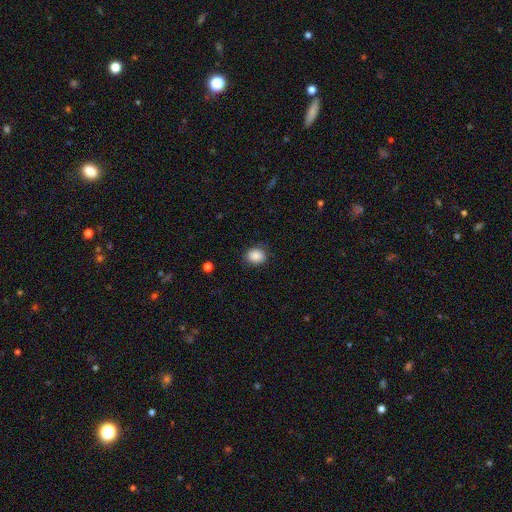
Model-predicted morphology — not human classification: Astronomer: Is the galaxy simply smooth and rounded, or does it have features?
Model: smooth — 87%.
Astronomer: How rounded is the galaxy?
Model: round — 62% (runner-up: in between, 37%).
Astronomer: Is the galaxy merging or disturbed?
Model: none — 84%.